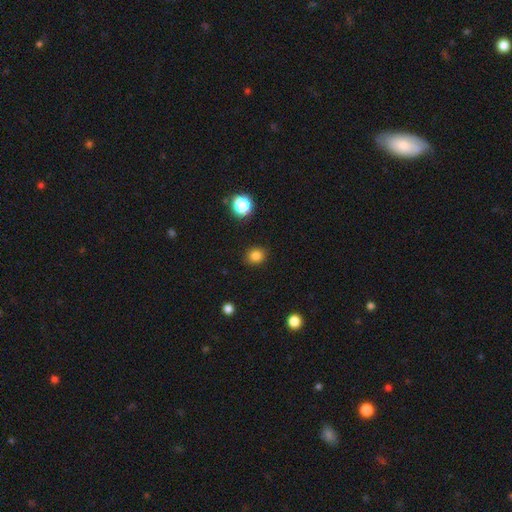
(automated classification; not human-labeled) smooth-or-featured: smooth: 83% | star or artifact: 13% | featured or disk: 4%
  how-rounded: round: 75% | in between: 25% | cigar-shaped: 1%
  merging: none: 88% | minor disturbance: 8% | major disturbance: 2% | merger: 1%